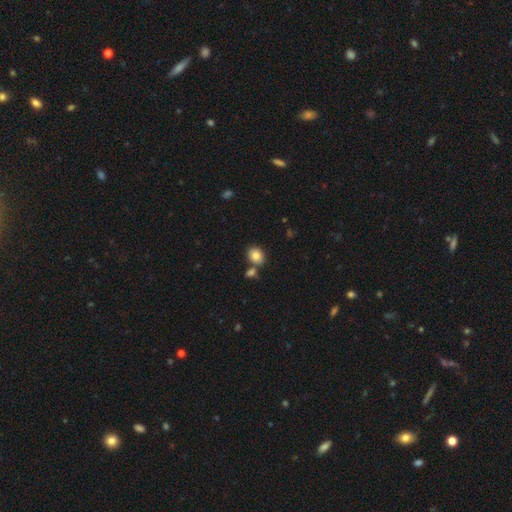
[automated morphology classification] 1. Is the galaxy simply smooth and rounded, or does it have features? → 83% smooth, 9% star or artifact, 8% featured or disk.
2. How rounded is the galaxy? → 52% in between, 47% round, 1% cigar-shaped.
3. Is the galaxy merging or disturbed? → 67% none, 19% merger, 11% minor disturbance, 3% major disturbance.